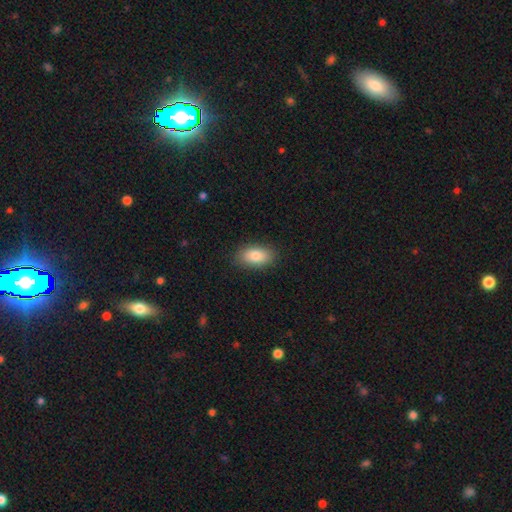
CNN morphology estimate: smooth-or-featured: smooth: 84% | featured or disk: 9% | star or artifact: 7%
  how-rounded: in between: 91% | round: 5% | cigar-shaped: 4%
  merging: none: 88% | minor disturbance: 9% | major disturbance: 2% | merger: 1%